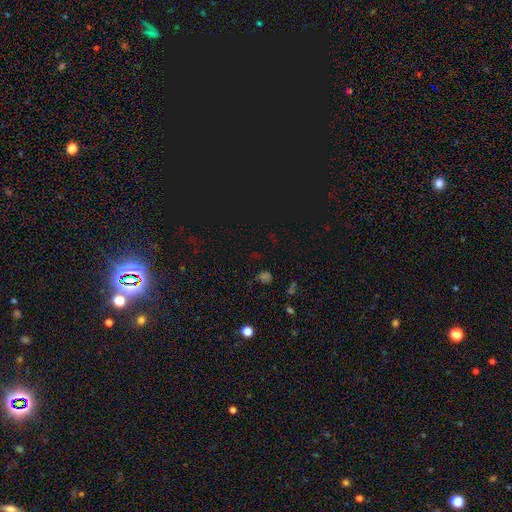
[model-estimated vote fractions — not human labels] smooth_or_featured: star or artifact (p=0.66) [alt: smooth p=0.27]